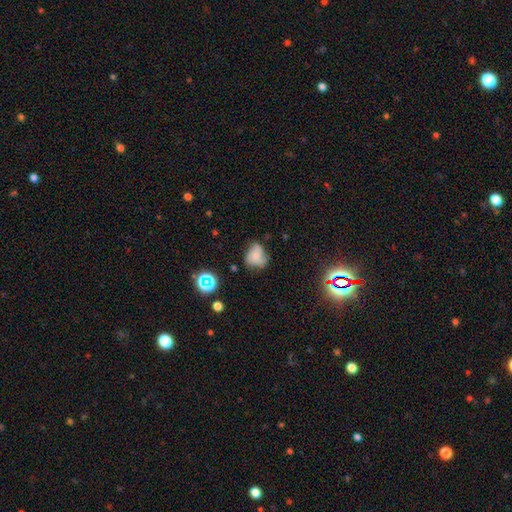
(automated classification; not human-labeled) Smooth or featured: smooth — 60% (featured or disk — 26%)
How rounded: round — 51% (in between — 47%)
Merging: none — 42% (minor disturbance — 36%)